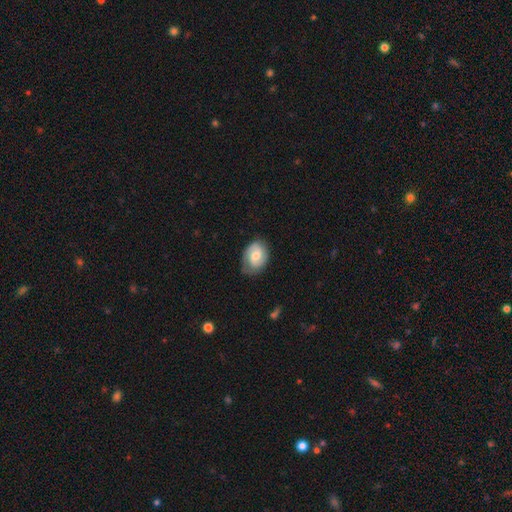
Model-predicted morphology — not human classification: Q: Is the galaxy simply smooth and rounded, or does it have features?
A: featured or disk — 48%.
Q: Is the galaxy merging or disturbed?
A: none — 71%.